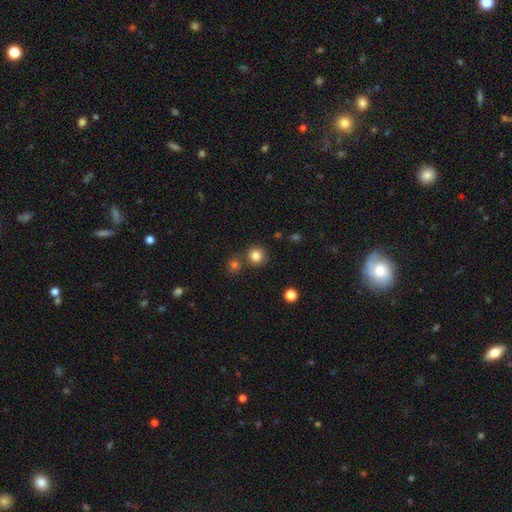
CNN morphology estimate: A smooth galaxy with no disk features (82%) that is round (91%). Merging: none (77%).